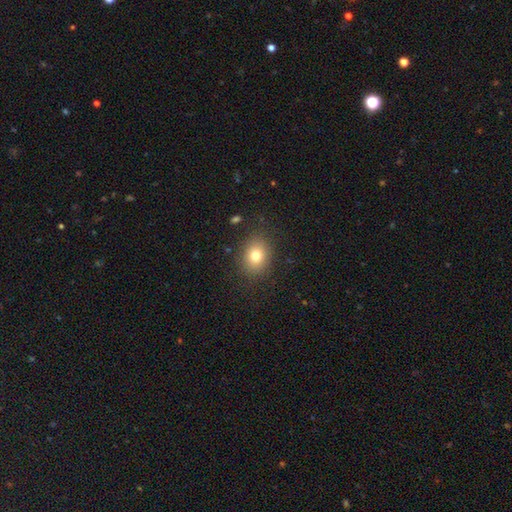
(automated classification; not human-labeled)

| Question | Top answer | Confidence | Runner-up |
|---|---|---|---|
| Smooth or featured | smooth | 77% | star or artifact (12%) |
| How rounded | round | 50% | in between (49%) |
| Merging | none | 86% | minor disturbance (10%) |